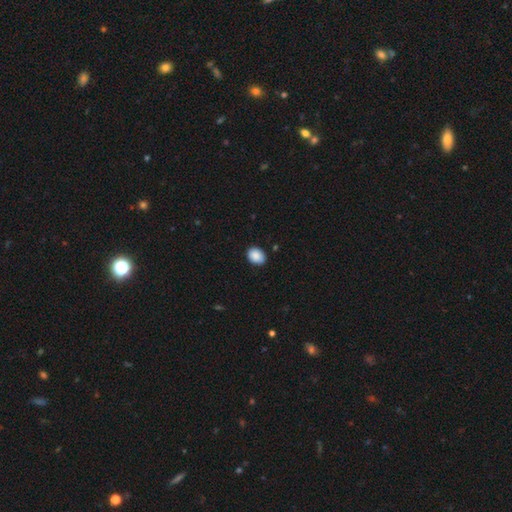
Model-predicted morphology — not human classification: smooth_or_featured: smooth (p=0.89) [alt: star or artifact p=0.08]
how_rounded: in between (p=0.60) [alt: round p=0.40]
merging: none (p=0.88) [alt: minor disturbance p=0.09]